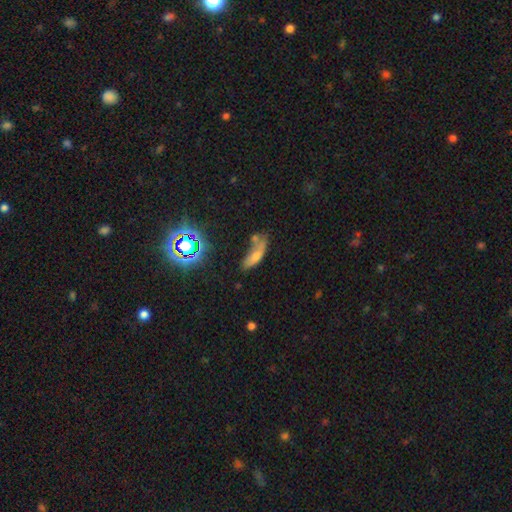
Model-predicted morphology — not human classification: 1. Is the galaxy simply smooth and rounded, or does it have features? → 60% smooth, 22% featured or disk, 17% star or artifact.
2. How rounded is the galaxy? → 61% in between, 34% cigar-shaped, 5% round.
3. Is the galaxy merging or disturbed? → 30% none, 26% merger, 22% minor disturbance, 21% major disturbance.